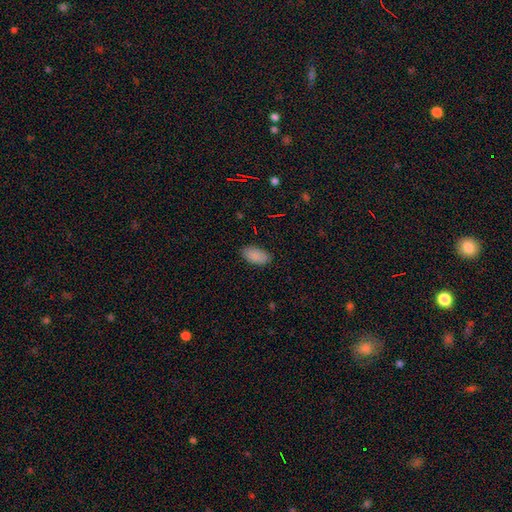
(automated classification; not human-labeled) A smooth galaxy with no disk features (88%) that is in between round and cigar-shaped (94%).

Vote fractions:
- Smooth or featured? smooth: 88% / star or artifact: 8% / featured or disk: 4%
- How rounded? in between: 94% / round: 3% / cigar-shaped: 3%
- Merging? none: 86% / minor disturbance: 11% / major disturbance: 2% / merger: 1%